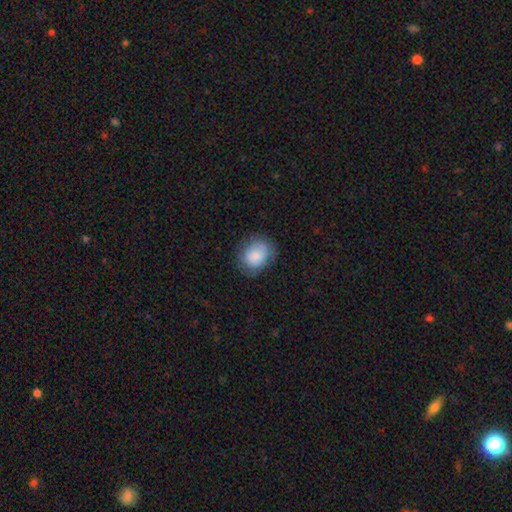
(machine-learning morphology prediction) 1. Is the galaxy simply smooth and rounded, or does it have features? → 82% smooth, 11% featured or disk, 7% star or artifact.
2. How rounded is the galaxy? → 50% round, 49% in between, 1% cigar-shaped.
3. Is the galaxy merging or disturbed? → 73% none, 19% minor disturbance, 7% major disturbance, 1% merger.